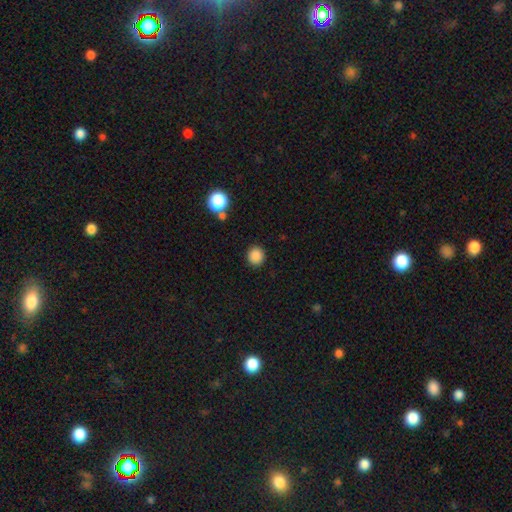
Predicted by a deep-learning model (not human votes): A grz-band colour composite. It shows a smooth galaxy with no disk features (87%) that is round (91%). Merging: none (90%).